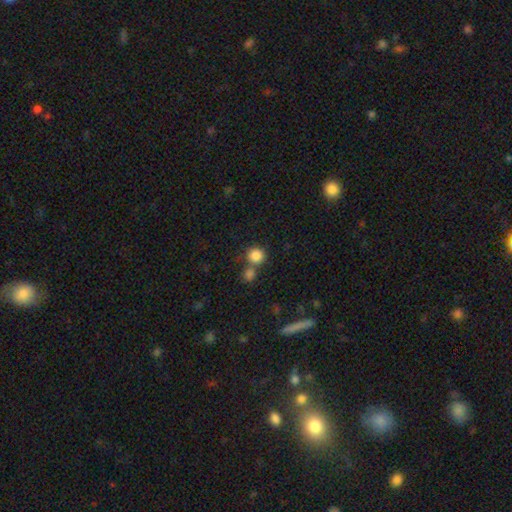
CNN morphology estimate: smooth-or-featured: smooth: 85% | star or artifact: 10% | featured or disk: 5%
  how-rounded: round: 92% | in between: 7% | cigar-shaped: 1%
  merging: none: 61% | merger: 28% | minor disturbance: 8% | major disturbance: 3%